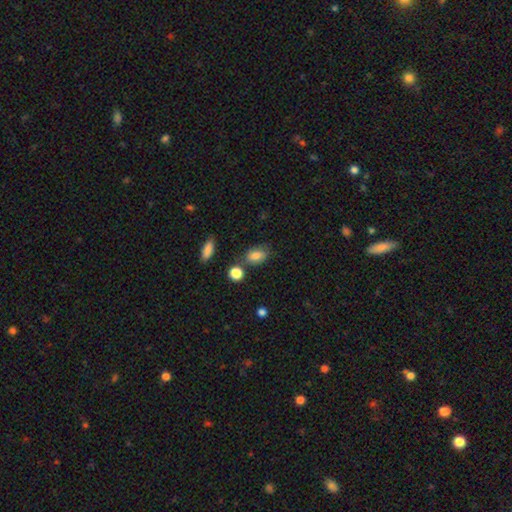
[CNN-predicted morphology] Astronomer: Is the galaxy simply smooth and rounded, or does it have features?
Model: smooth — 79%.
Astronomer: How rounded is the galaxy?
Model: in between — 82%.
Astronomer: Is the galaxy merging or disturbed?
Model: none — 68%.